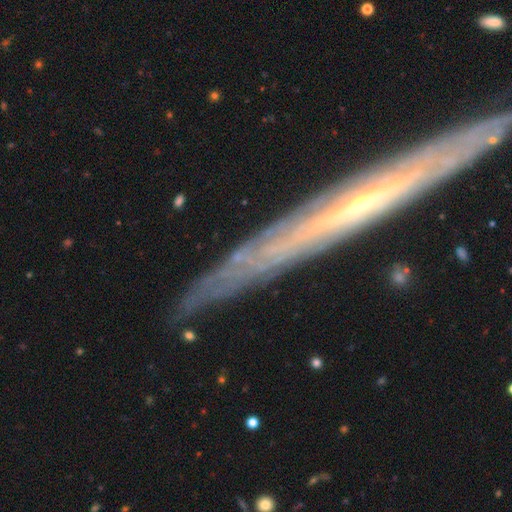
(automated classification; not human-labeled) A featured or disk galaxy (81%) viewed edge-on (77%) with no central bulge (58%).

Vote fractions:
- Smooth or featured? featured or disk: 81% / smooth: 12% / star or artifact: 7%
- Edge-on disk? yes: 77% / no: 23%
- Edge-on bulge? none: 58% / rounded: 39% / boxy: 3%
- Merging? none: 85% / minor disturbance: 11% / major disturbance: 3% / merger: 2%